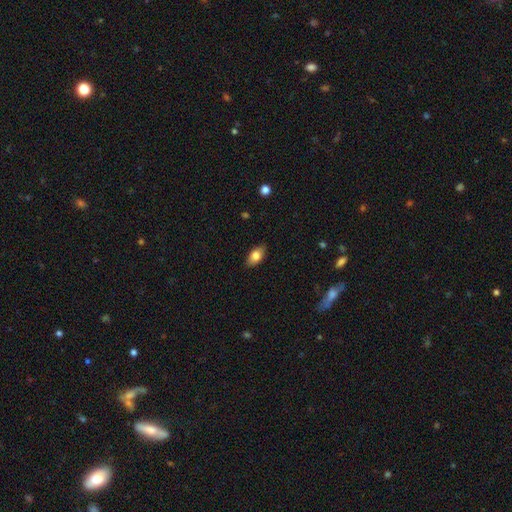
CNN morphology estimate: This is likely a smooth galaxy (79%). How rounded: clearly in between (90%). Merging: clearly none (87%).